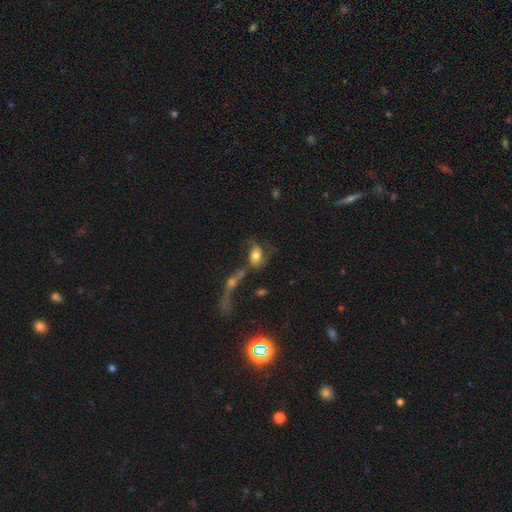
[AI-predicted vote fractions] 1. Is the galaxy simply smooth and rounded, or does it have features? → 62% smooth, 28% featured or disk, 10% star or artifact.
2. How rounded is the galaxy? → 80% in between, 17% round, 3% cigar-shaped.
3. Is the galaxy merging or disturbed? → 39% merger, 25% major disturbance, 22% none, 13% minor disturbance.